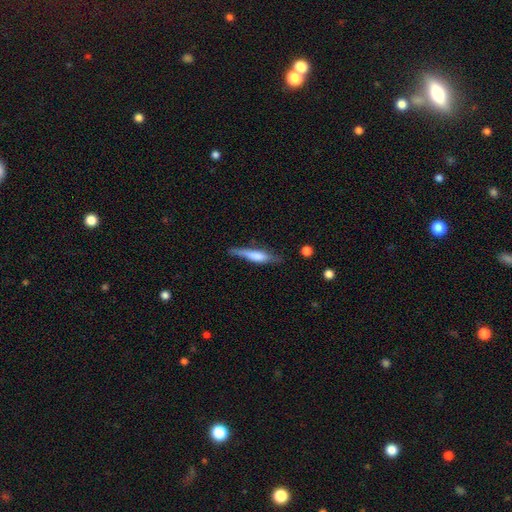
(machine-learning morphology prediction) Smooth or featured?
  - smooth: 58% *
  - featured or disk: 35%
  - star or artifact: 6%
How rounded?
  - cigar-shaped: 82% *
  - in between: 16%
  - round: 2%
Merging?
  - none: 61% *
  - minor disturbance: 27%
  - major disturbance: 9%
  - merger: 3%